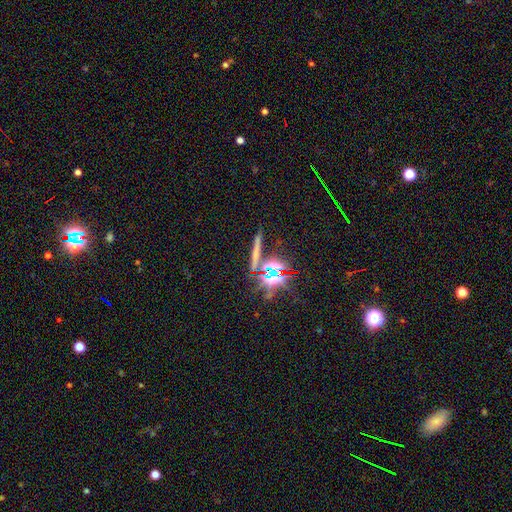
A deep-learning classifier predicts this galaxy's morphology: smooth_or_featured: star or artifact (p=0.65) [alt: featured or disk p=0.19]